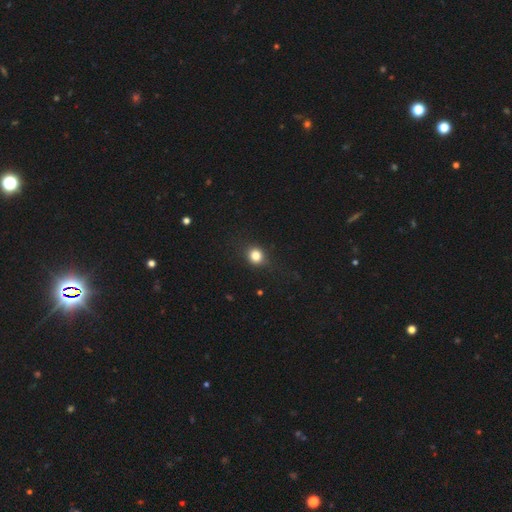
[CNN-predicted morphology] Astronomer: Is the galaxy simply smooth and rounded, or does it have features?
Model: smooth — 81%.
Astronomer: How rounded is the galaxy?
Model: round — 76%.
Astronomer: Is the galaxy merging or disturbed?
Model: none — 81%.